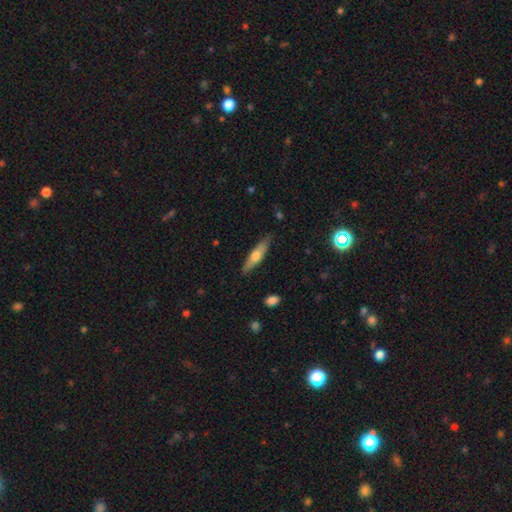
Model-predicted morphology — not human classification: Smooth or featured? smooth (51%)
How rounded? cigar-shaped (74%)
Merging? none (84%)